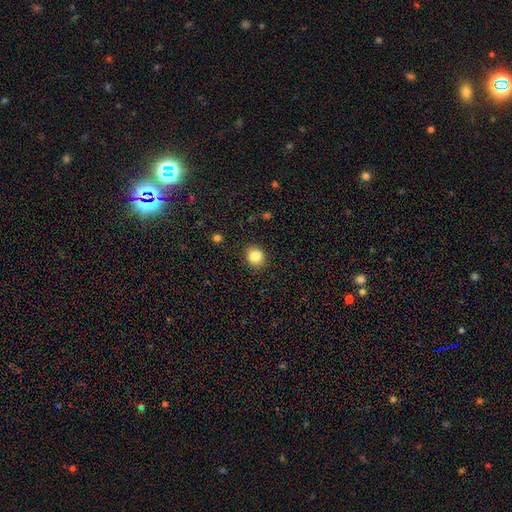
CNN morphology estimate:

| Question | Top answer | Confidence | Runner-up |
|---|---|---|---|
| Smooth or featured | smooth | 84% | star or artifact (11%) |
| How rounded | round | 72% | in between (27%) |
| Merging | none | 86% | minor disturbance (10%) |